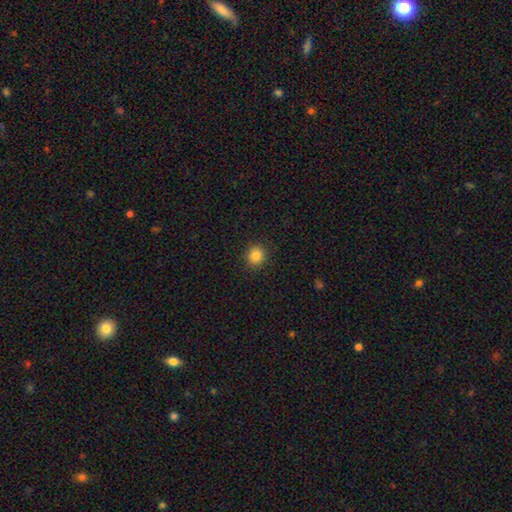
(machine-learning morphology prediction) A smooth galaxy with no disk features (84%) that is round (87%).

Vote fractions:
- Smooth or featured? smooth: 84% / star or artifact: 11% / featured or disk: 5%
- How rounded? round: 87% / in between: 12% / cigar-shaped: 1%
- Merging? none: 91% / minor disturbance: 6% / major disturbance: 2% / merger: 1%